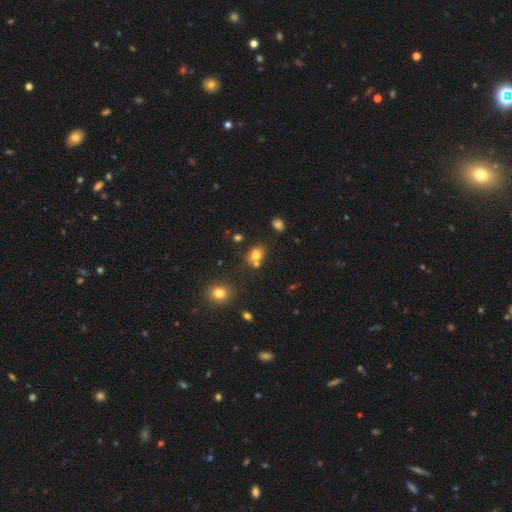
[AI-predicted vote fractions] Smooth or featured: smooth — 73% (star or artifact — 15%)
How rounded: in between — 50% (round — 49%)
Merging: none — 53% (merger — 29%)